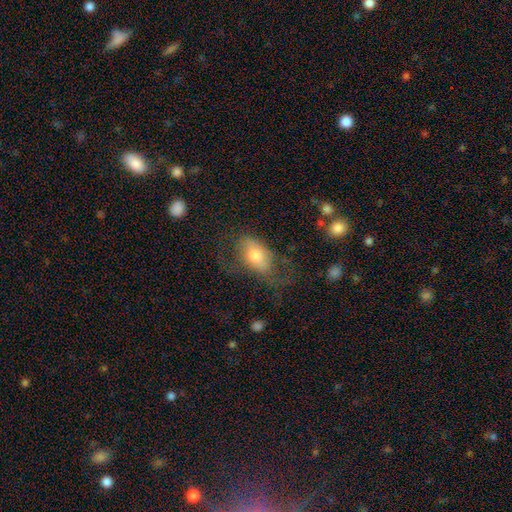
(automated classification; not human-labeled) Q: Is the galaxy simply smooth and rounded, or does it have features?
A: smooth — 64%.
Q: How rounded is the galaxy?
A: in between — 88%.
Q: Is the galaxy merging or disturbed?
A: none — 42%.